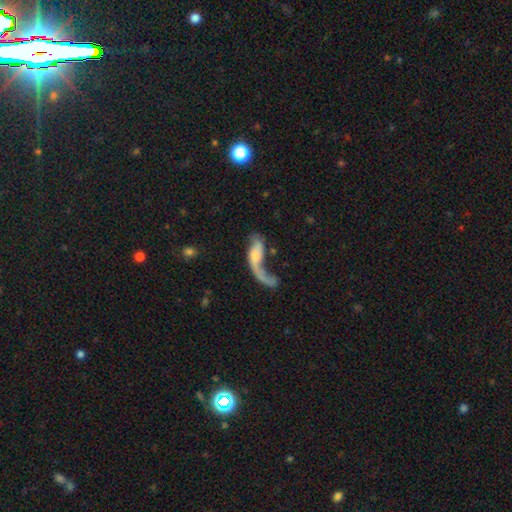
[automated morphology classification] type=featured or disk (66%); edge-on=no (88%); bar=no (65%); spiral arms=yes (74%); bulge=small (38%); merging=major disturbance (42%).